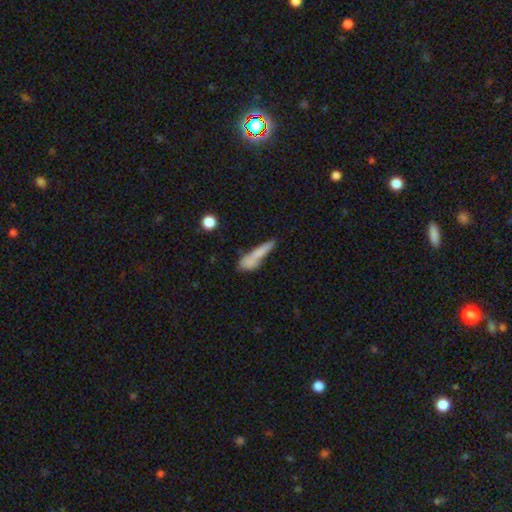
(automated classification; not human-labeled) This appears to be a smooth galaxy with no disk features (68%) that is cigar-shaped (82%). Merging: none (46%).